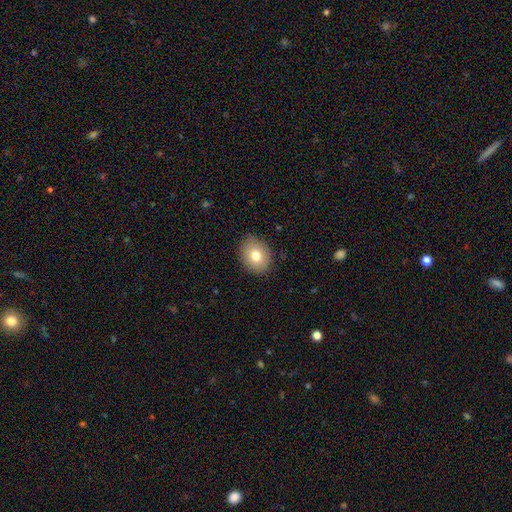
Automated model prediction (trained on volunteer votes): Morphology: type=smooth (76%); roundness=in between (53%); merging=none (85%).